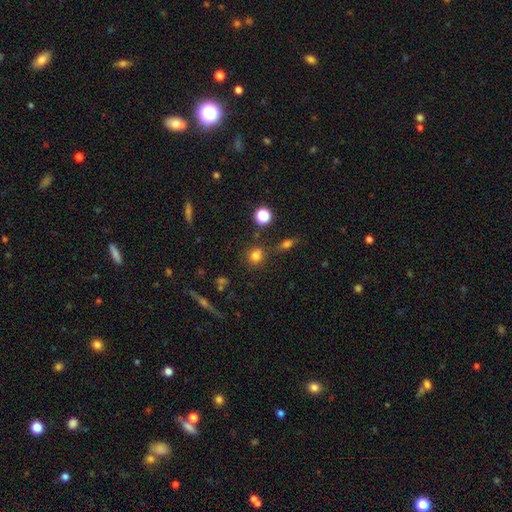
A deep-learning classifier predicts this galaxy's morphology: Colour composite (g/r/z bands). It shows a smooth galaxy with no disk features (76%) that is round (78%). Merging: none (70%).